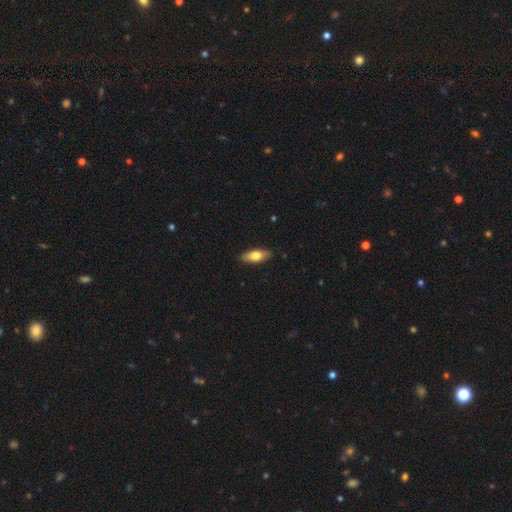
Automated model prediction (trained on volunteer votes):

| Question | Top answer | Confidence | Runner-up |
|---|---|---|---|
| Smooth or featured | smooth | 71% | featured or disk (23%) |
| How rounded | in between | 74% | cigar-shaped (24%) |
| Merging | none | 88% | minor disturbance (9%) |